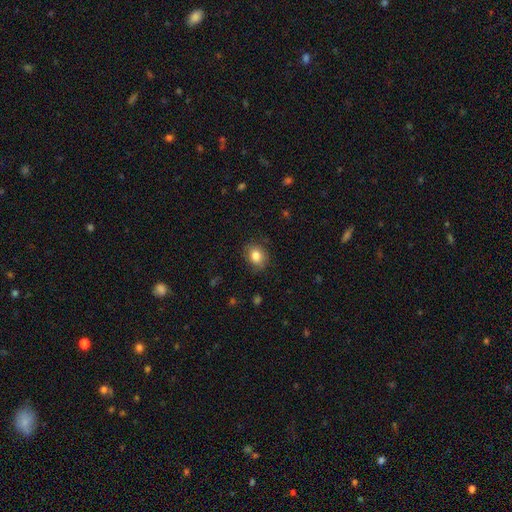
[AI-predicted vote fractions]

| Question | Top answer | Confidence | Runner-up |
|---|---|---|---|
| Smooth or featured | smooth | 82% | featured or disk (9%) |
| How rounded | in between | 53% | round (46%) |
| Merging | none | 79% | minor disturbance (17%) |